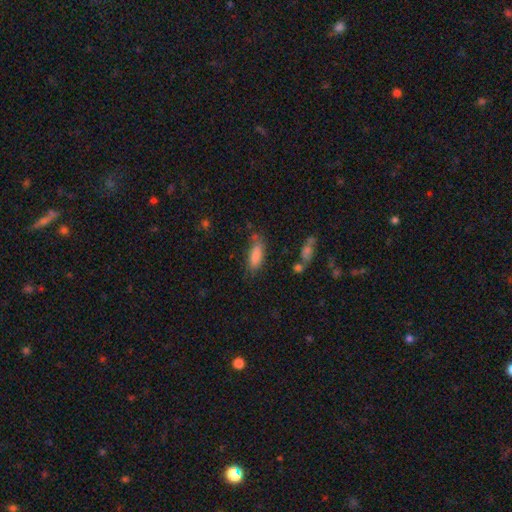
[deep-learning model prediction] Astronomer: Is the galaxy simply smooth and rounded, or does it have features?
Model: smooth — 84%.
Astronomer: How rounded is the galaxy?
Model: in between — 70%.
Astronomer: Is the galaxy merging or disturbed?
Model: none — 64%.